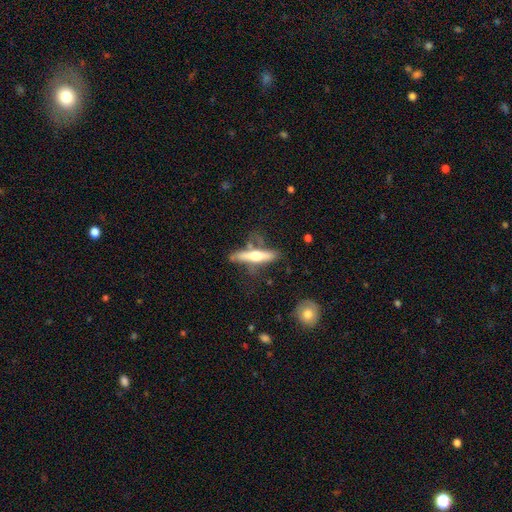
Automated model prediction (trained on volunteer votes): Smooth or featured: featured or disk — 55% (smooth — 39%)
Edge-on disk: yes — 91% (no — 9%)
Edge-on bulge: rounded — 90% (none — 5%)
Merging: none — 64% (minor disturbance — 19%)